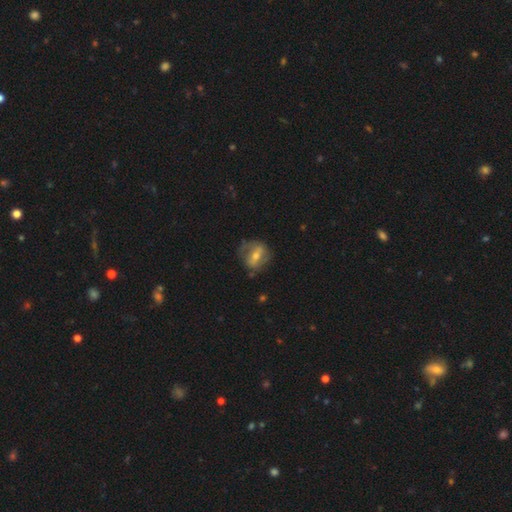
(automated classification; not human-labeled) smooth_or_featured: featured or disk (p=0.55) [alt: smooth p=0.38]
disk_edge_on: no (p=0.91) [alt: yes p=0.09]
bar: strong (p=0.44) [alt: weak p=0.35]
has_spiral_arms: no (p=0.55) [alt: yes p=0.45]
bulge_size: moderate (p=0.59) [alt: small p=0.33]
merging: none (p=0.61) [alt: minor disturbance p=0.23]